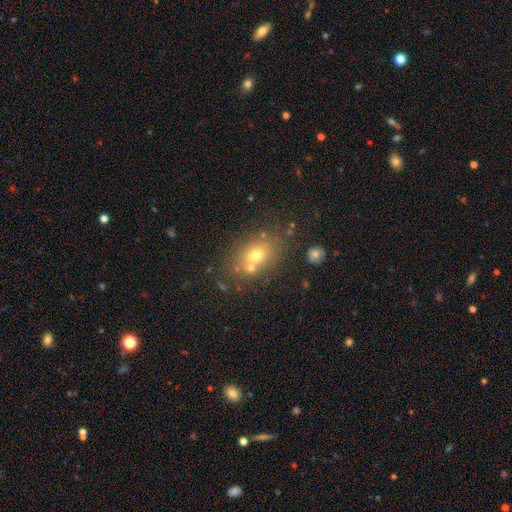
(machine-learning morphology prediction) Smooth or featured? Predicted: smooth (p=0.64). How rounded? Predicted: in between (p=0.62). Merging? Predicted: none (p=0.61).